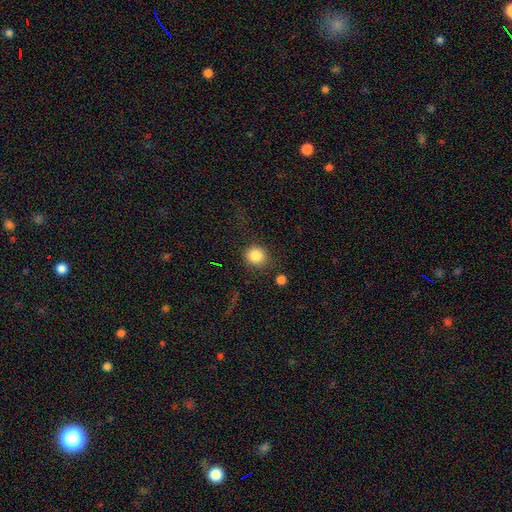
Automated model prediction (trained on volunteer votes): The model was most divided on "merging": none: 79%, minor disturbance: 11%, major disturbance: 6%, merger: 4%. More confident: how rounded — round (88%); smooth or featured — smooth (85%).